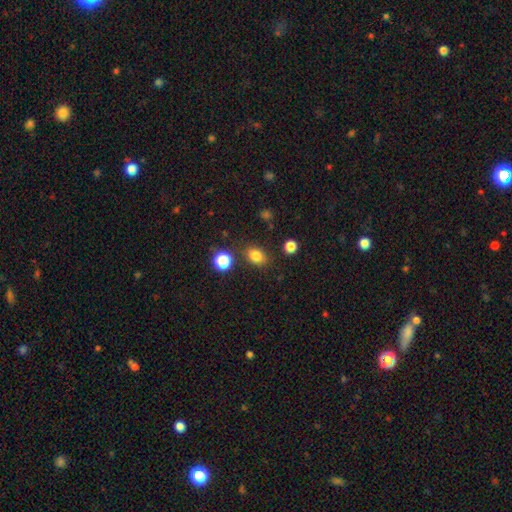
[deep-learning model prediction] This is clearly a smooth galaxy (81%). How rounded: likely in between (61%). Merging: clearly none (81%).